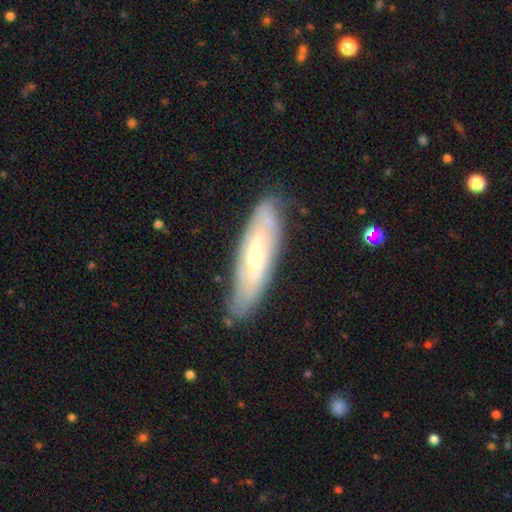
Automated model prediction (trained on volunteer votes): This appears to be a featured or disk galaxy (65%). Merging: none (78%).